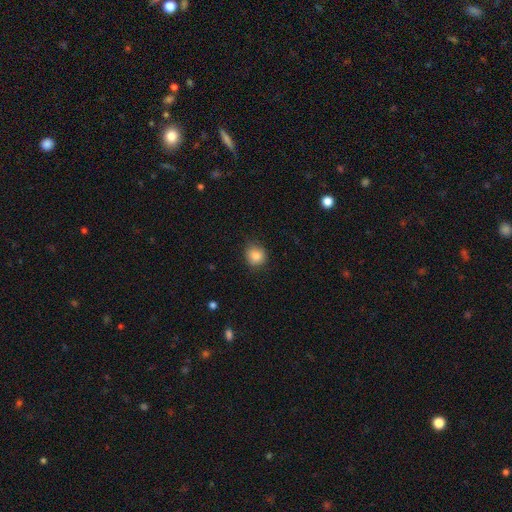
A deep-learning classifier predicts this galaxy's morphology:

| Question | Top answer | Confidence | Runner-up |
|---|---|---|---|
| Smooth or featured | smooth | 83% | star or artifact (10%) |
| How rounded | round | 84% | in between (15%) |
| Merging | none | 81% | minor disturbance (15%) |